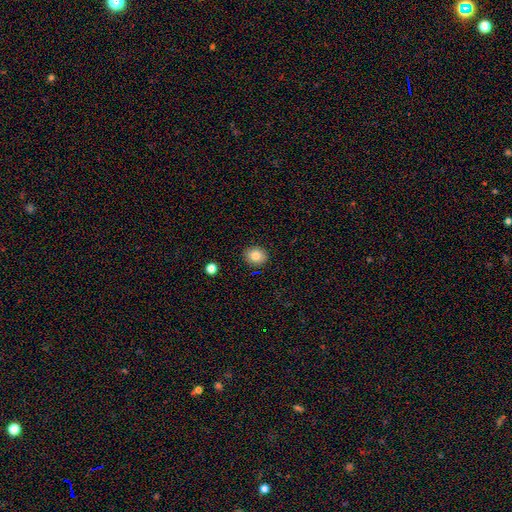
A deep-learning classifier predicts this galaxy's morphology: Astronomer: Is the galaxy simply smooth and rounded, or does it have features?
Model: smooth — 82%.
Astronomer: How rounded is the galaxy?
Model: round — 61% (runner-up: in between, 38%).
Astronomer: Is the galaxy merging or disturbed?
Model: none — 89%.